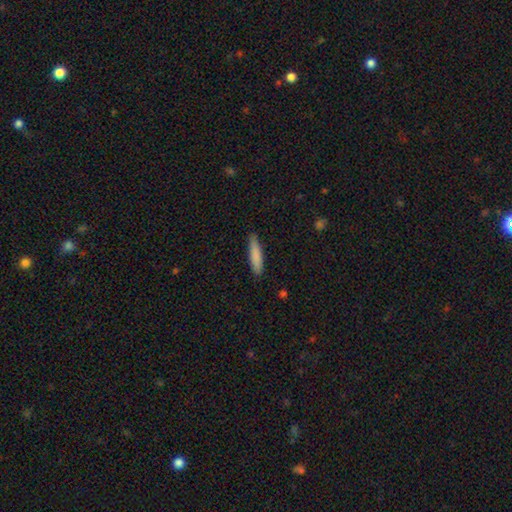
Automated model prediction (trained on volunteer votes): Smooth or featured? smooth (83%)
How rounded? cigar-shaped (82%)
Merging? none (85%)